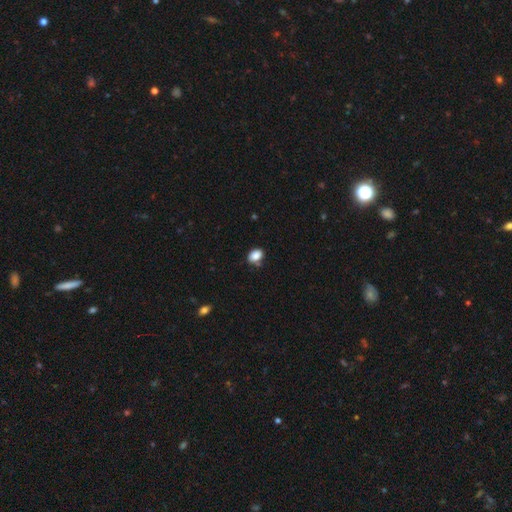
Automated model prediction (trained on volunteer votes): smooth 86%, star or artifact 9%, featured or disk 5%. Down the decision tree: how rounded — in between (79%); merging — none (71%).